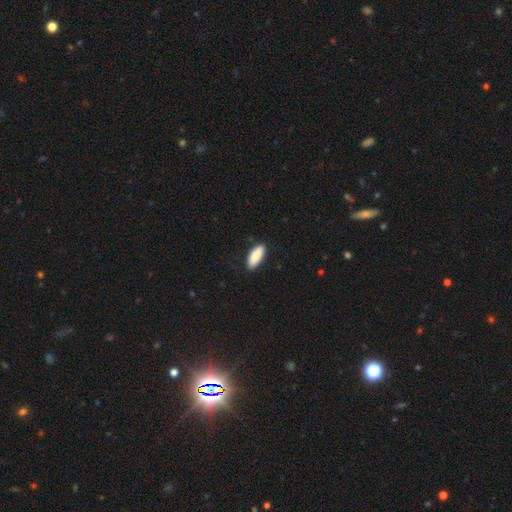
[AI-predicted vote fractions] Smooth or featured: smooth — 88% (featured or disk — 6%)
How rounded: in between — 75% (cigar-shaped — 24%)
Merging: none — 85% (minor disturbance — 12%)